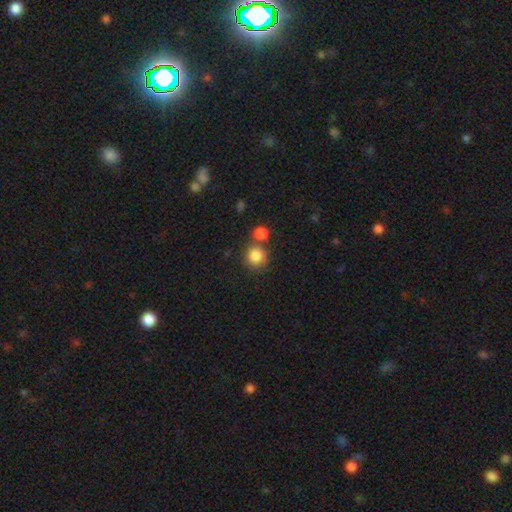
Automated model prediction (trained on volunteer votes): This is clearly a smooth galaxy (85%). How rounded: clearly round (90%). Merging: likely none (62%).